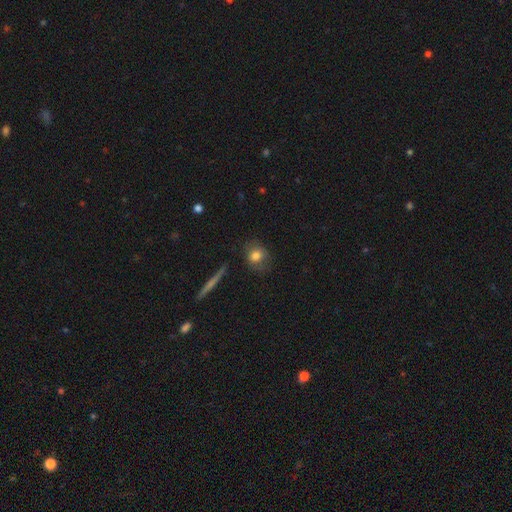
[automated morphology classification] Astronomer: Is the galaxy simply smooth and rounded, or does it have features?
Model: smooth — 76%.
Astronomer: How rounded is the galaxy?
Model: round — 68%.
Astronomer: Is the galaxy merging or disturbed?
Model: none — 74%.